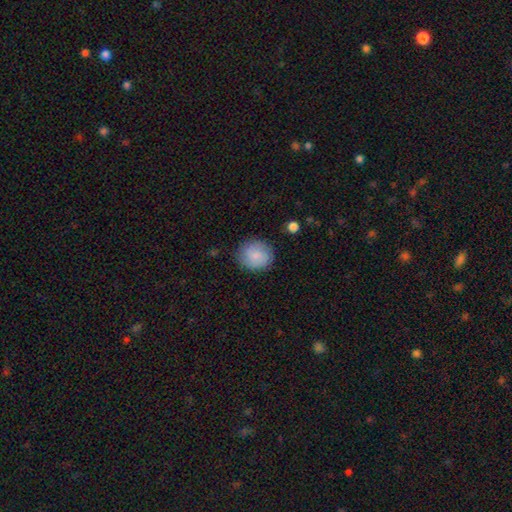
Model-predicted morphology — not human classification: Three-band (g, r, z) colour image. It shows a smooth galaxy with no disk features (82%) that is round (81%). Merging: none (84%).